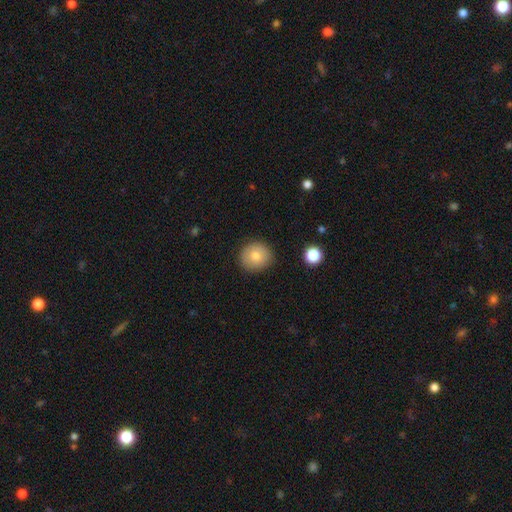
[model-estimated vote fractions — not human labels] This appears to be a smooth galaxy with no disk features (78%) that is round (88%). Merging: none (88%).